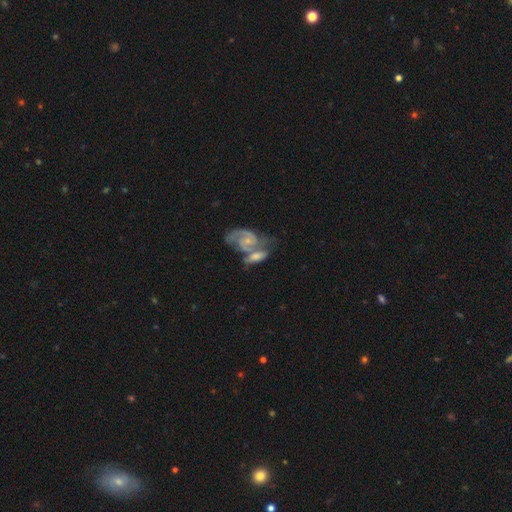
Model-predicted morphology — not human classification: Smooth or featured? Predicted: featured or disk (p=0.73). Edge-on disk? Predicted: no (p=0.95). Bar? Predicted: no (p=0.54). Spiral arms? Predicted: yes (p=0.87). Spiral winding? Predicted: medium (p=0.45). Spiral arm count? Predicted: 2 (p=0.60). Bulge size? Predicted: small (p=0.60). Merging? Predicted: merger (p=0.55).